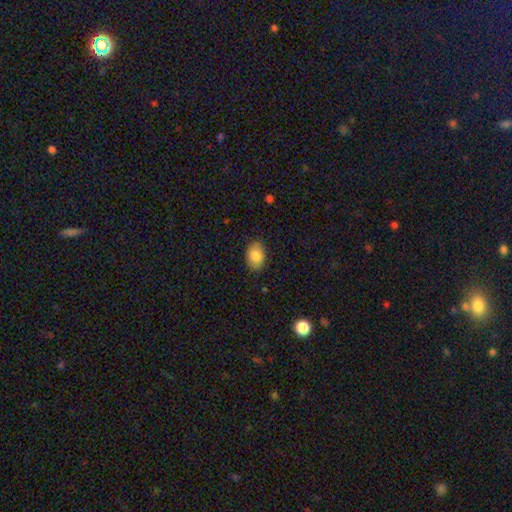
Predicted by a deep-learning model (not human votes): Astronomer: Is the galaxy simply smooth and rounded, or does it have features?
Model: smooth — 86%.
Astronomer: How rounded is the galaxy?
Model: in between — 85%.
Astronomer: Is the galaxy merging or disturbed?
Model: none — 86%.